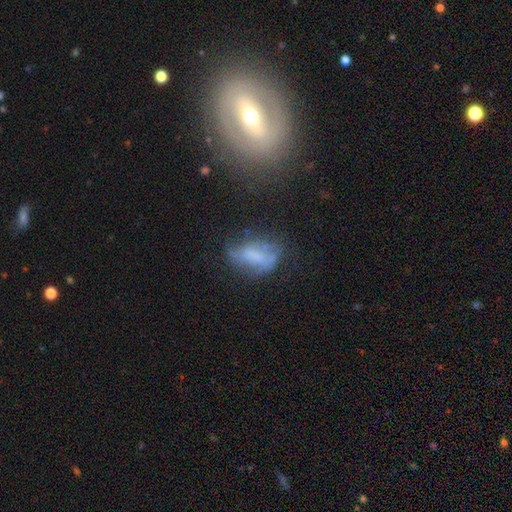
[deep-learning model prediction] The model was most divided on "smooth or featured": smooth: 46%, featured or disk: 41%, star or artifact: 13%. Remaining: merging — none (39%).